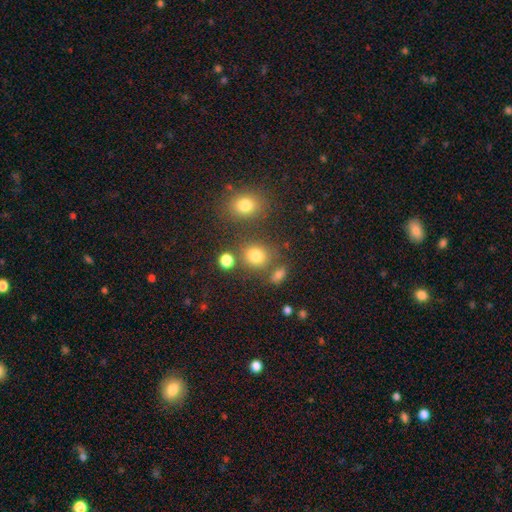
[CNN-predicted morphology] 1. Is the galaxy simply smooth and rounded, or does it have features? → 77% smooth, 16% star or artifact, 7% featured or disk.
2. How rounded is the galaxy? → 79% round, 20% in between, 1% cigar-shaped.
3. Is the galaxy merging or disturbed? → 72% none, 12% merger, 11% minor disturbance, 5% major disturbance.